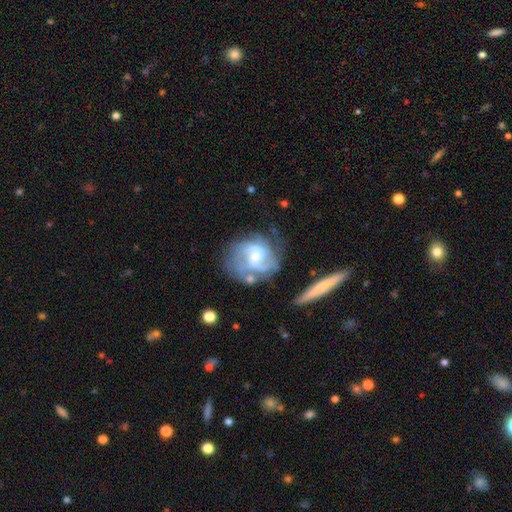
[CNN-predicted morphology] type=featured or disk (79%); edge-on=no (97%); bar=no (52%); spiral arms=yes (91%); winding=medium (46%); arm count=2 (49%); bulge=small (47%); merging=none (49%).